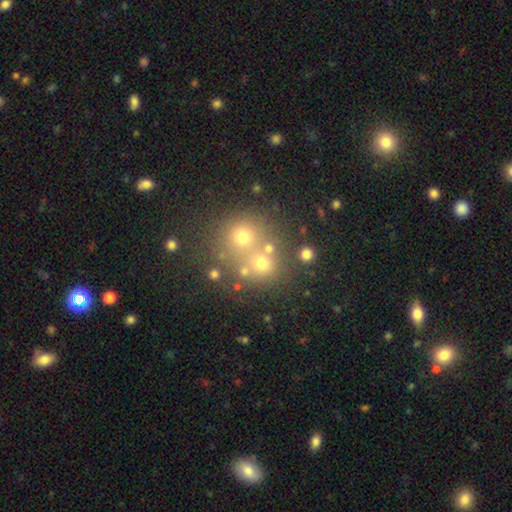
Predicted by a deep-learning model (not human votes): smooth_or_featured: smooth (p=0.56) [alt: star or artifact p=0.25]
how_rounded: round (p=0.83) [alt: in between p=0.16]
merging: none (p=0.48) [alt: merger p=0.41]